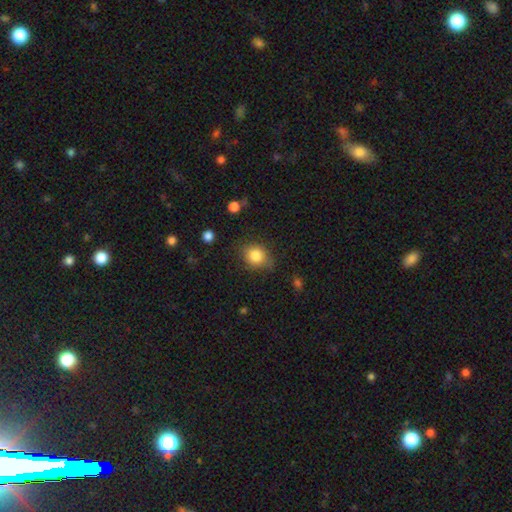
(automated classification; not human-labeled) This is clearly a smooth galaxy (83%). How rounded: likely round (61%). Merging: likely none (73%).